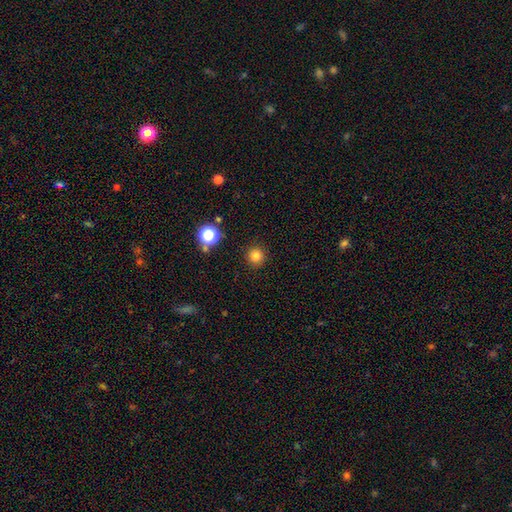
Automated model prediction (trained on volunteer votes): smooth-or-featured: smooth: 81% | star or artifact: 14% | featured or disk: 5%
  how-rounded: round: 95% | in between: 4% | cigar-shaped: 1%
  merging: none: 91% | minor disturbance: 5% | major disturbance: 2% | merger: 1%